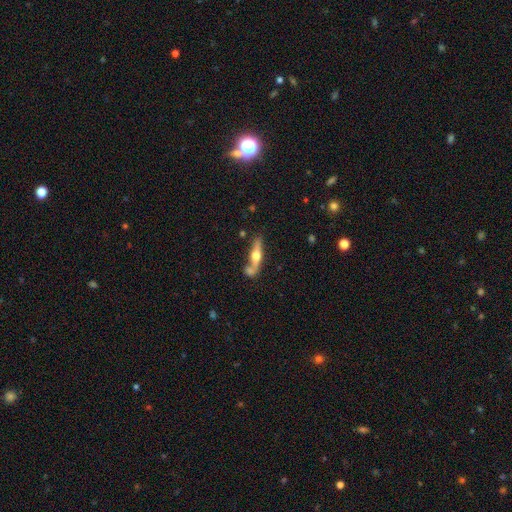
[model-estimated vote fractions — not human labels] Smooth or featured: featured or disk — 58% (smooth — 37%)
Edge-on disk: yes — 90% (no — 10%)
Edge-on bulge: rounded — 94% (boxy — 3%)
Merging: none — 58% (merger — 21%)